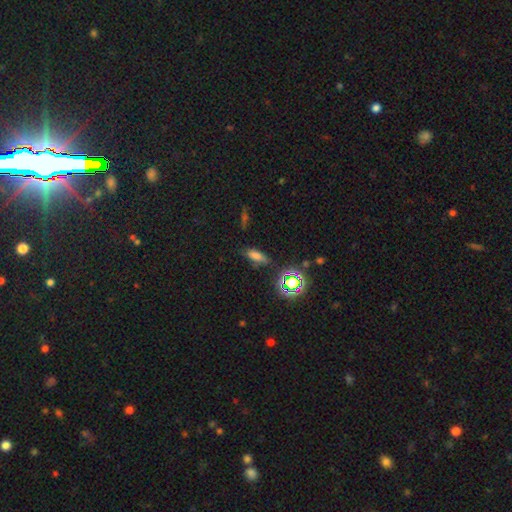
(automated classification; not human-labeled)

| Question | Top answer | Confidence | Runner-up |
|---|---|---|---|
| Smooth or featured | smooth | 67% | star or artifact (22%) |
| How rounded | in between | 68% | cigar-shaped (25%) |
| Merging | none | 69% | minor disturbance (20%) |